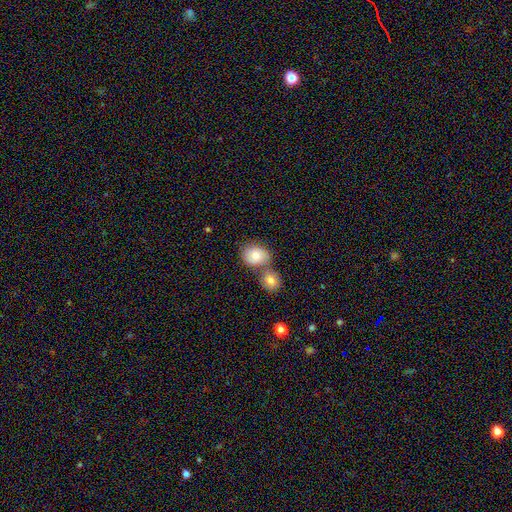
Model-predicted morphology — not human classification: This is likely a smooth galaxy (80%). How rounded: likely round (68%). Merging: marginally merger (44%).